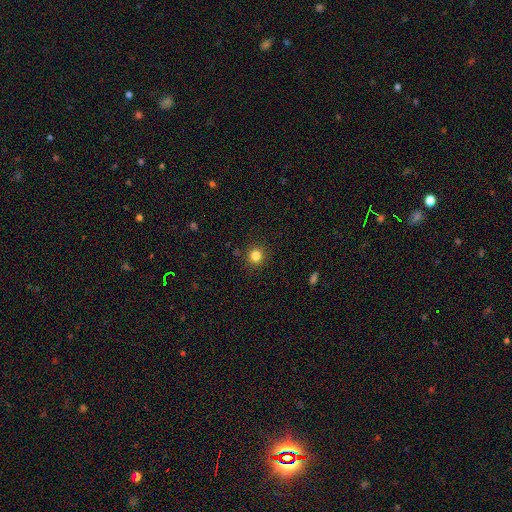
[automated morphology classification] Q: Smooth or featured?
A: smooth (82%); runner-up: star or artifact (13%)
Q: How rounded?
A: round (91%); runner-up: in between (8%)
Q: Merging?
A: none (90%); runner-up: minor disturbance (7%)